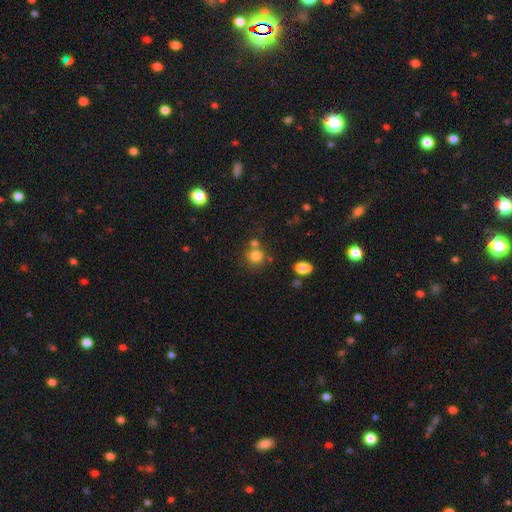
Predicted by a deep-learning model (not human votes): This is likely a smooth galaxy (78%). How rounded: clearly round (87%). Merging: likely none (64%).